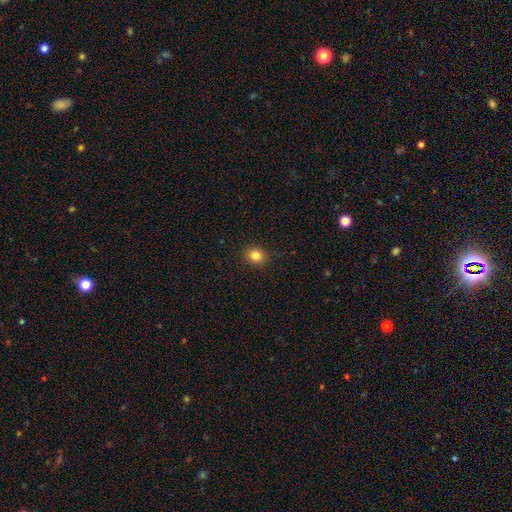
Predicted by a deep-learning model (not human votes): Morphology: type=smooth (83%); roundness=round (81%); merging=none (89%).